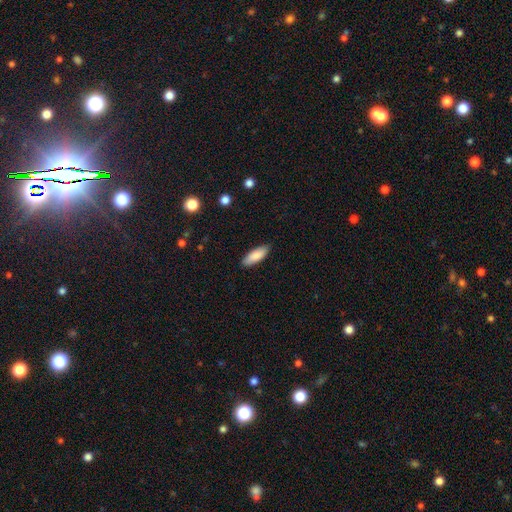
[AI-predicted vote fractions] smooth_or_featured: smooth (p=0.86) [alt: featured or disk p=0.08]
how_rounded: in between (p=0.65) [alt: cigar-shaped p=0.33]
merging: none (p=0.87) [alt: minor disturbance p=0.10]